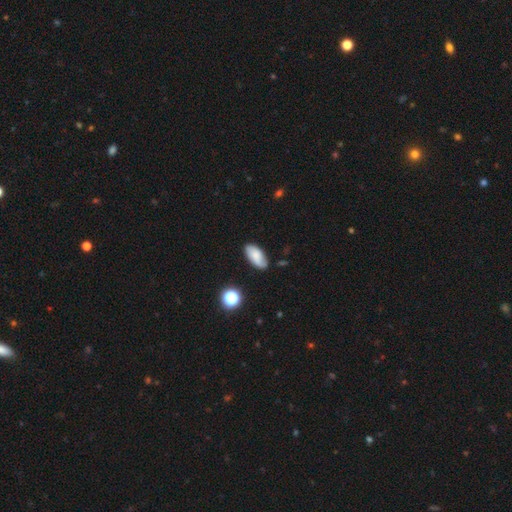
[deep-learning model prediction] This appears to be a smooth galaxy with no disk features (69%) that is in between round and cigar-shaped (91%). Merging: none (75%).